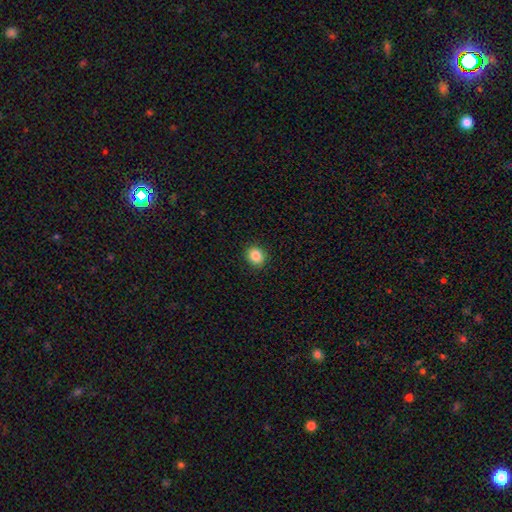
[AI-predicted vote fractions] Q: Smooth or featured?
A: smooth (85%); runner-up: star or artifact (10%)
Q: How rounded?
A: round (71%); runner-up: in between (28%)
Q: Merging?
A: none (91%); runner-up: minor disturbance (7%)